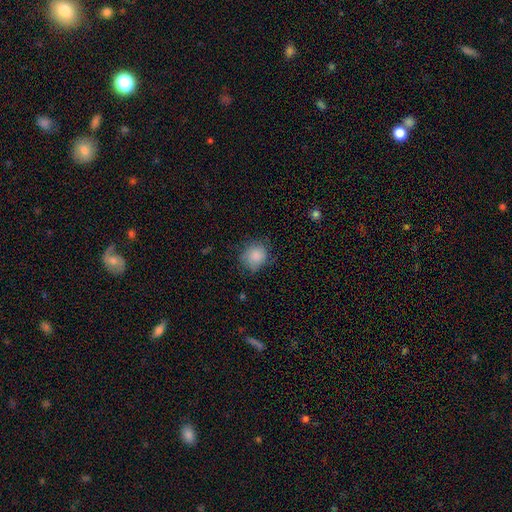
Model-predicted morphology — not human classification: Smooth or featured? Predicted: smooth (p=0.84). How rounded? Predicted: round (p=0.79). Merging? Predicted: none (p=0.67).